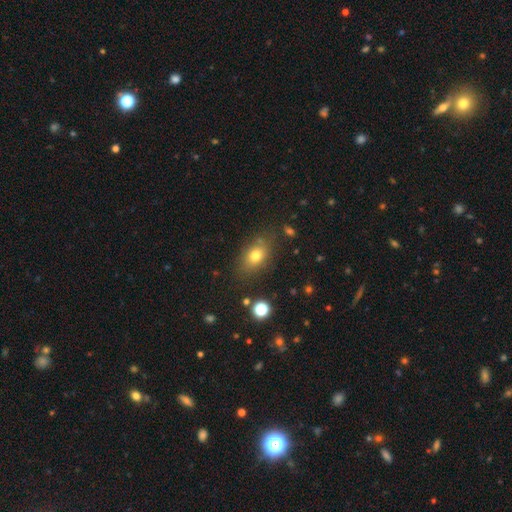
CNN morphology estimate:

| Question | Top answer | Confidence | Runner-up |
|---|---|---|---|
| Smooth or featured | smooth | 75% | star or artifact (13%) |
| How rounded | in between | 74% | round (23%) |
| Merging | none | 77% | minor disturbance (15%) |